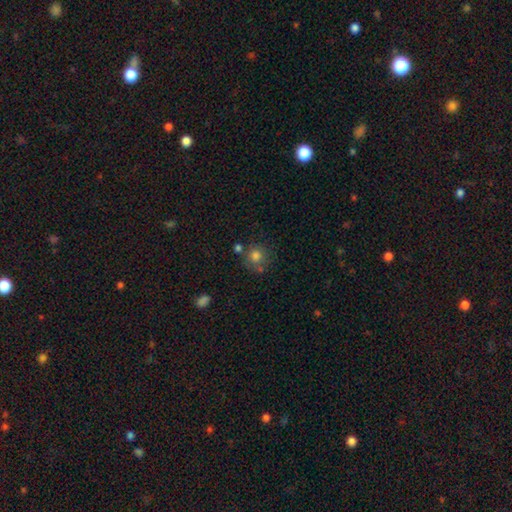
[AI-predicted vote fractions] This appears to be a smooth galaxy with no disk features (79%) that is round (89%). Merging: none (68%).